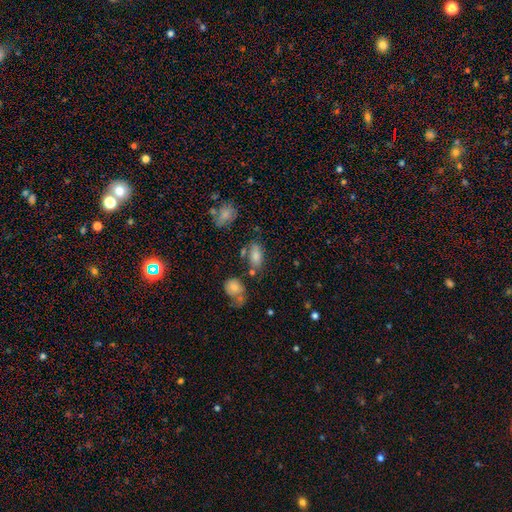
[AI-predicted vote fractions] smooth 78%, featured or disk 12%, star or artifact 11%. Down the decision tree: how rounded — in between (90%); merging — none (59%).